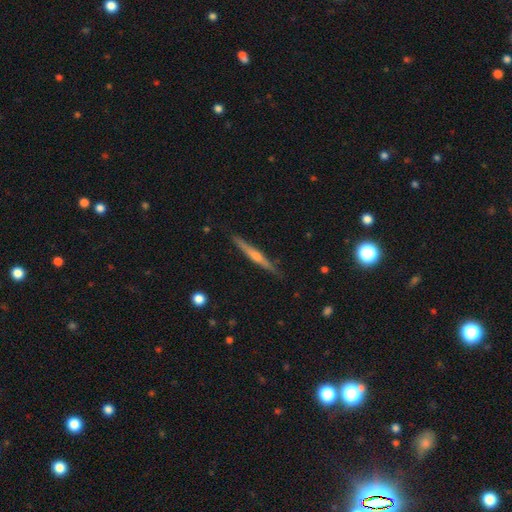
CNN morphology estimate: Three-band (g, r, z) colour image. It shows a featured or disk galaxy (68%) viewed edge-on (97%) with a rounded central bulge (78%). Merging: none (87%).